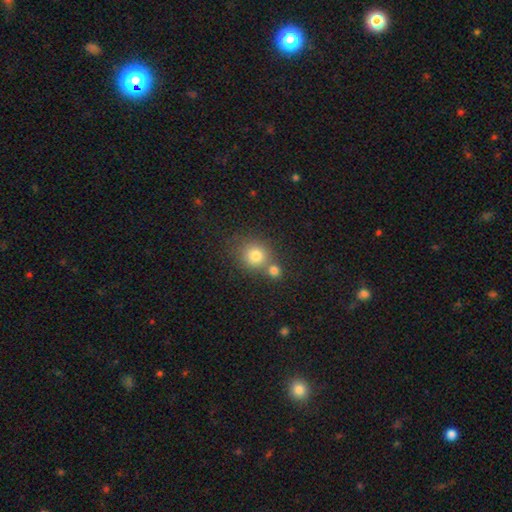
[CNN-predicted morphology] smooth 79%, star or artifact 12%, featured or disk 9%. Down the decision tree: how rounded — round (85%); merging — none (51%).